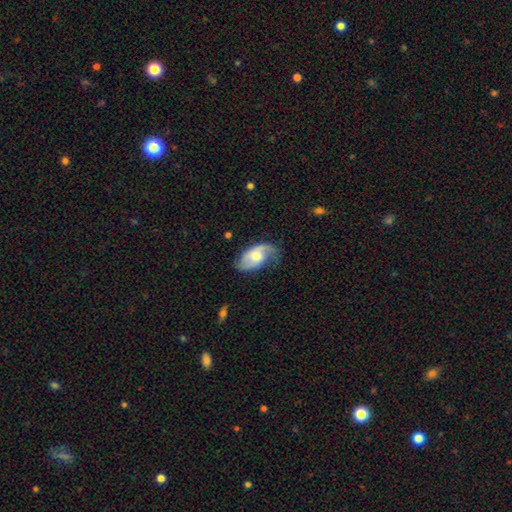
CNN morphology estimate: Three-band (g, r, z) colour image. It shows a featured or disk galaxy (63%) with no bar (55%), 2 (63%) medium (41%) spiral arms (89%) and a moderate central bulge (53%). Merging: none (56%).